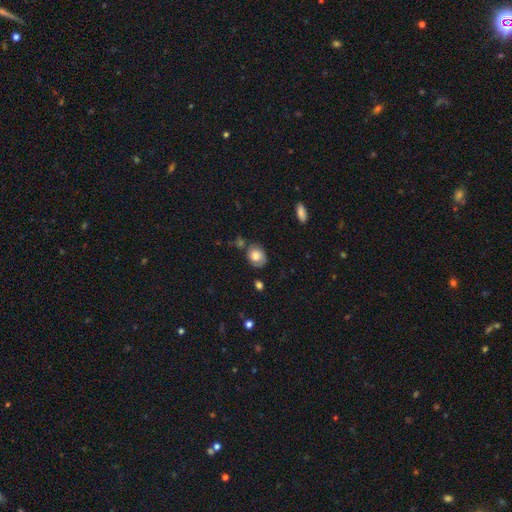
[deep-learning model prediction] Smooth or featured? Predicted: smooth (p=0.74). How rounded? Predicted: round (p=0.50). Merging? Predicted: none (p=0.59).